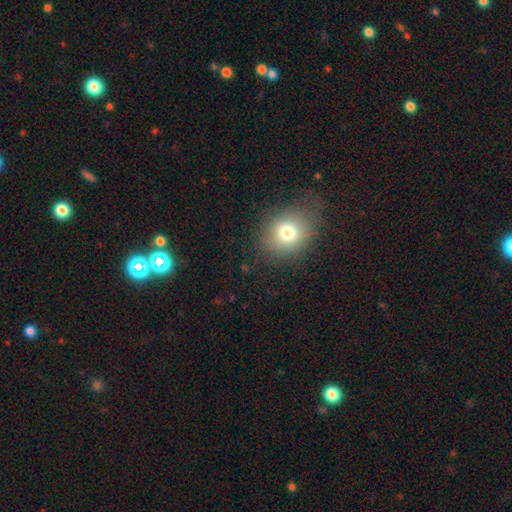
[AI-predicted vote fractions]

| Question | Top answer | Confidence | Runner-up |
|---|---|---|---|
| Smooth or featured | smooth | 68% | star or artifact (22%) |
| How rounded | round | 63% | in between (36%) |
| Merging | none | 80% | minor disturbance (13%) |